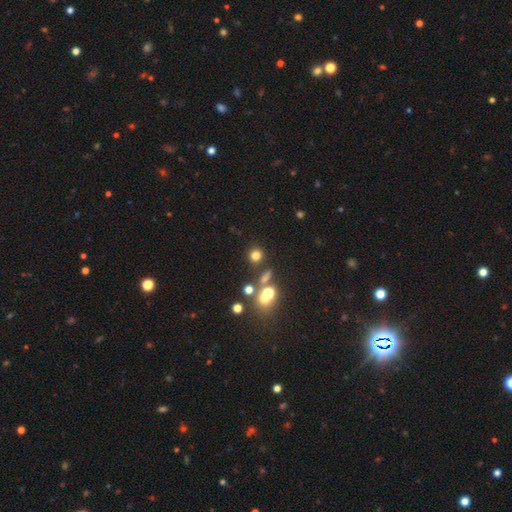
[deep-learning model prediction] Smooth or featured?
  - smooth: 70% *
  - star or artifact: 21%
  - featured or disk: 8%
How rounded?
  - round: 91% *
  - in between: 8%
  - cigar-shaped: 1%
Merging?
  - none: 81% *
  - merger: 8%
  - minor disturbance: 7%
  - major disturbance: 4%